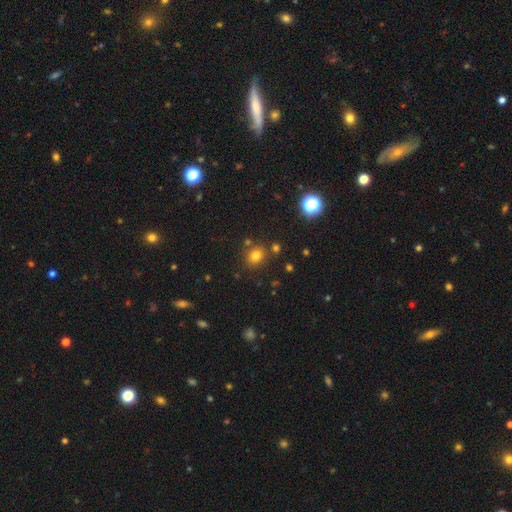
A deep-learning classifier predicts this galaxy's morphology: A smooth galaxy with no disk features (75%) that is round (61%). Merging: none (79%).